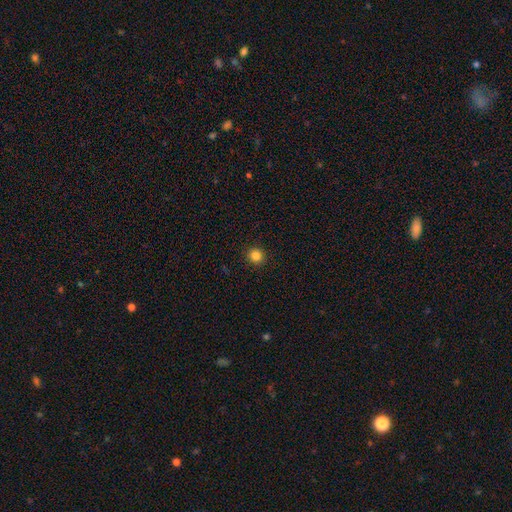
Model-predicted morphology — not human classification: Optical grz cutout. It shows a smooth galaxy with no disk features (84%) that is round (94%). Merging: none (93%).